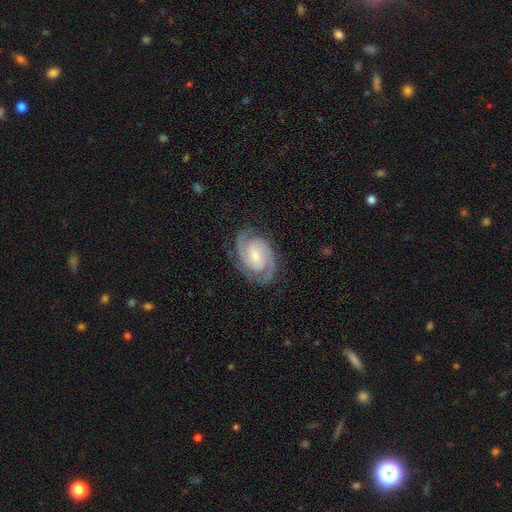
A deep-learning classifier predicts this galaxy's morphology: This is clearly a featured or disk galaxy (90%). It is clearly not viewed edge-on (98%). Bar: marginally weak (44%). Spiral arm pattern: clearly yes (98%). Spiral arm count: clearly 2 (89%). Spiral winding: possibly tight (58%). Central bulge: possibly small (58%). Merging: clearly none (82%).